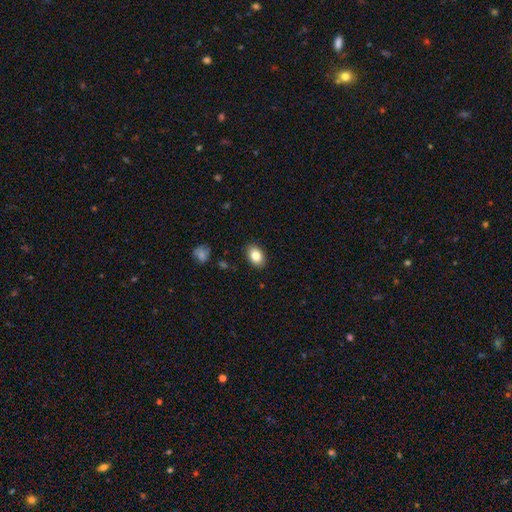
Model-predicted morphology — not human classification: A smooth galaxy with no disk features (84%) that is in between round and cigar-shaped (84%). Merging: none (88%).